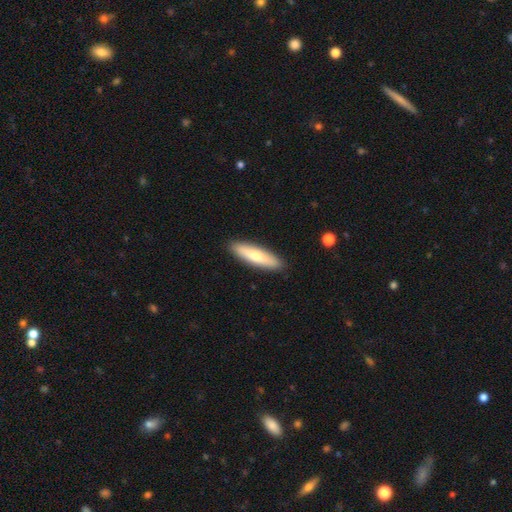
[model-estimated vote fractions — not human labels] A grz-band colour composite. It shows a smooth galaxy with no disk features (69%) that is cigar-shaped (73%). Merging: none (90%).